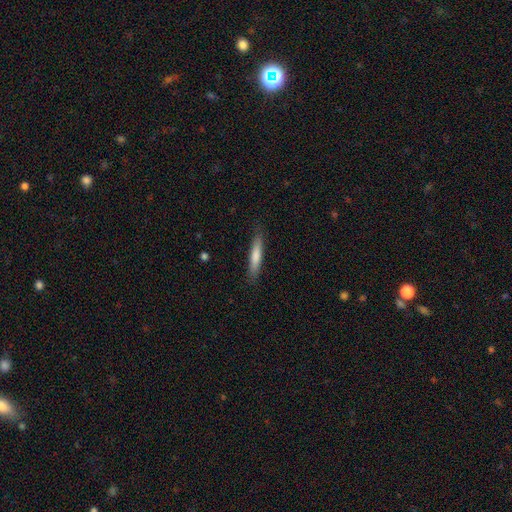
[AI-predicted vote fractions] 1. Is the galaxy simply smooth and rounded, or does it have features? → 68% smooth, 26% featured or disk, 6% star or artifact.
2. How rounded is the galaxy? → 92% cigar-shaped, 7% in between, 1% round.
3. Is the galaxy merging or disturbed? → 87% none, 10% minor disturbance, 2% major disturbance, 1% merger.